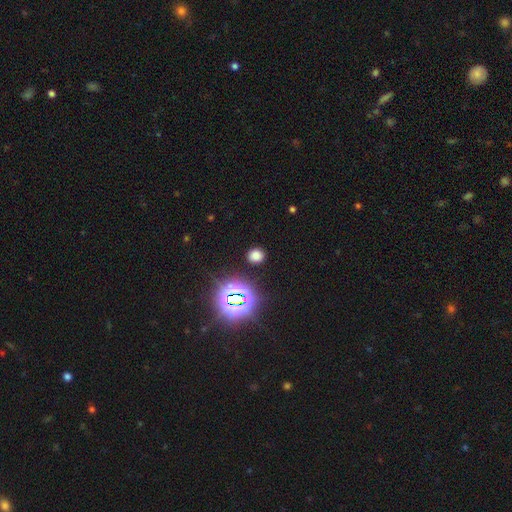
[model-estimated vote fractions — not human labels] This appears to be a smooth galaxy with no disk features (69%) that is round (75%). Merging: none (88%).